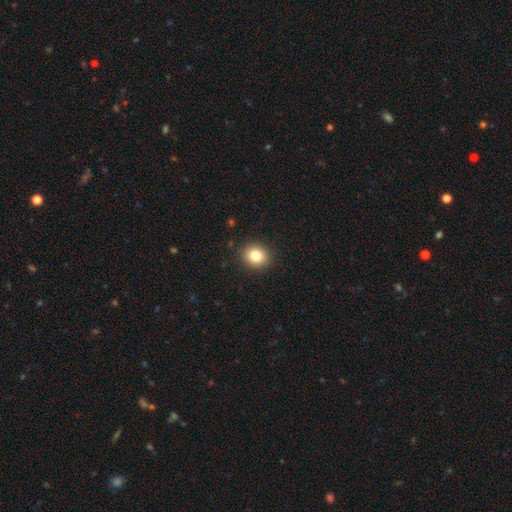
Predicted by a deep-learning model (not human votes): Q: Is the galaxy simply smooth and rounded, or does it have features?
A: smooth — 82%.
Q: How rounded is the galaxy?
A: round — 76%.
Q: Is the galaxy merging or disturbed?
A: none — 90%.